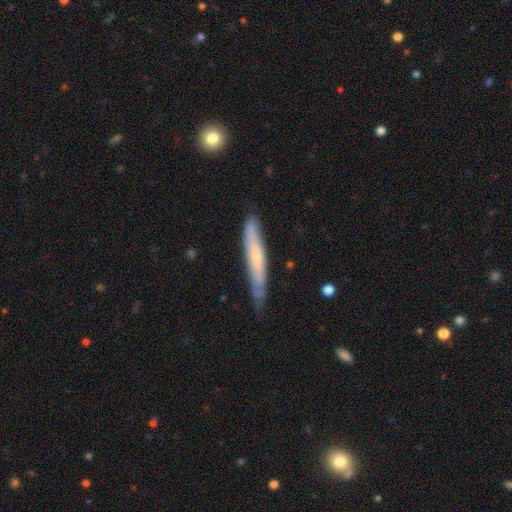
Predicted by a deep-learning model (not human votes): Q: Smooth or featured?
A: smooth (51%); runner-up: featured or disk (44%)
Q: How rounded?
A: cigar-shaped (92%); runner-up: in between (6%)
Q: Merging?
A: none (65%); runner-up: minor disturbance (28%)